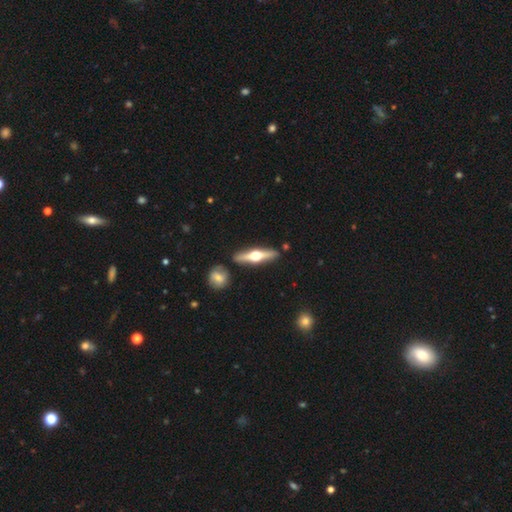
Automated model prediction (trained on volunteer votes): Overall: featured or disk (69%). Edge-on disk: yes (96%). Edge-on bulge: rounded (96%). Merging: none (87%).